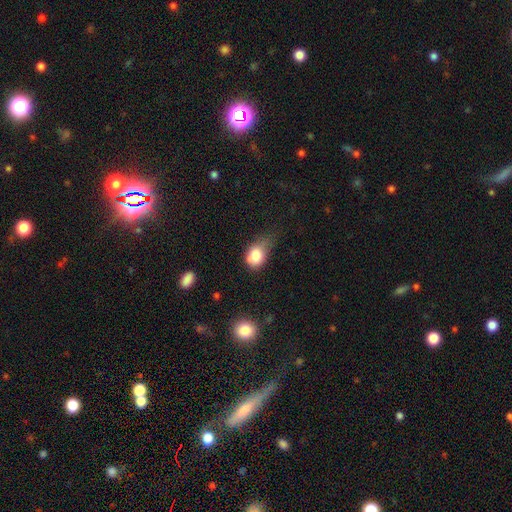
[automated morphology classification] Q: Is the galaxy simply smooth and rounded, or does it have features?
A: smooth — 80%.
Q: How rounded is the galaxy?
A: in between — 64%.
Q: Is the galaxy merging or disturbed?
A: minor disturbance — 45%.